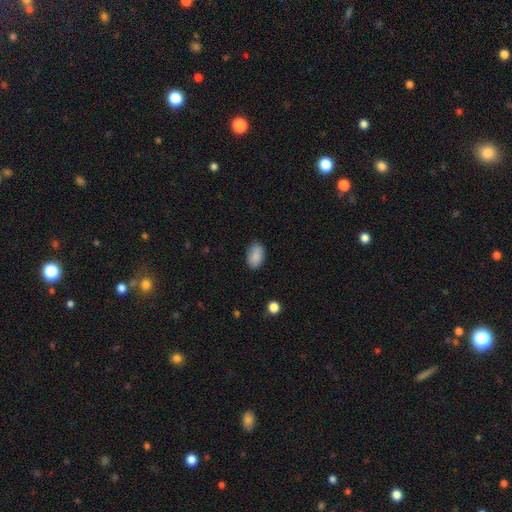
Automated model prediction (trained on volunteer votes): smooth_or_featured: smooth (p=0.88) [alt: star or artifact p=0.07]
how_rounded: in between (p=0.91) [alt: round p=0.07]
merging: none (p=0.84) [alt: minor disturbance p=0.12]